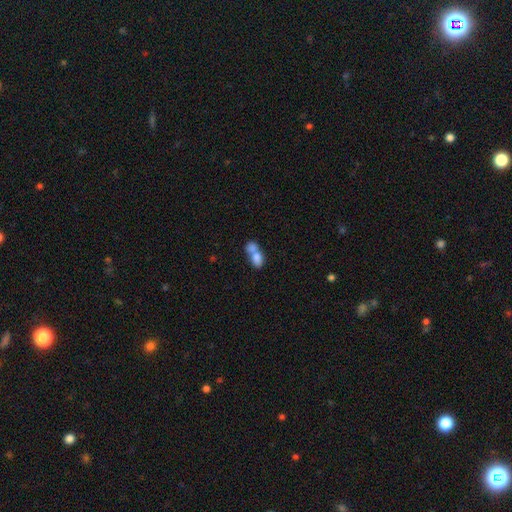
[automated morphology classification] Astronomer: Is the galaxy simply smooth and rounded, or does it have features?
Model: smooth — 78%.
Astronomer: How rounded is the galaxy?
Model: in between — 76%.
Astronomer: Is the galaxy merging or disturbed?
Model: merger — 73%.